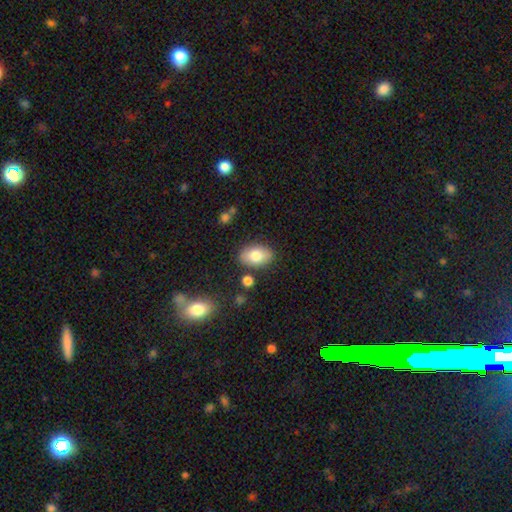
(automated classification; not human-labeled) Smooth or featured? smooth (78%)
How rounded? in between (88%)
Merging? none (81%)